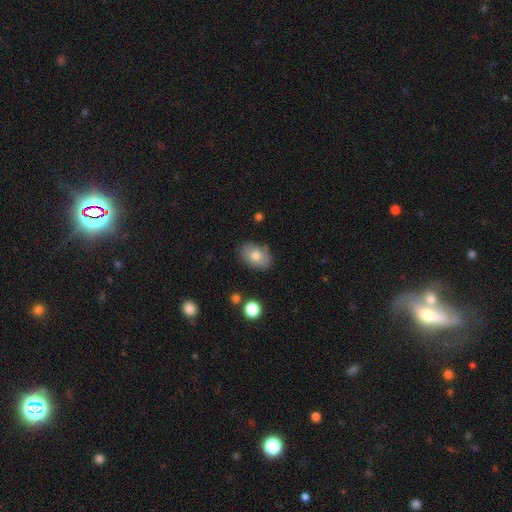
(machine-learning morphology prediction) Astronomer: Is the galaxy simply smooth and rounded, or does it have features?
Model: smooth — 75%.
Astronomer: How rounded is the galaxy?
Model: in between — 82%.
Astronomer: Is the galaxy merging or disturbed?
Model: none — 82%.